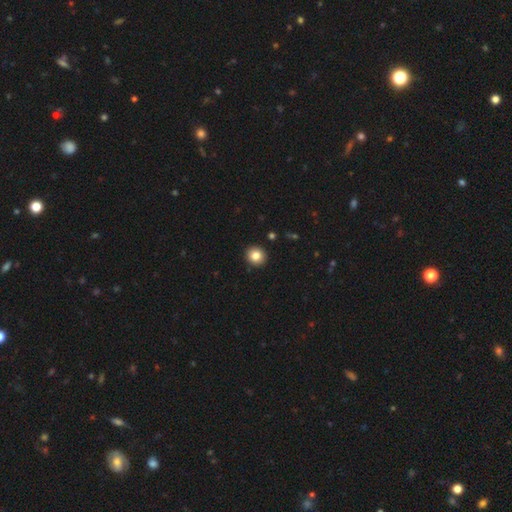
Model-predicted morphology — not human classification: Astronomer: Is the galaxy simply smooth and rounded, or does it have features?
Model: smooth — 84%.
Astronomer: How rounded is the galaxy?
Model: round — 92%.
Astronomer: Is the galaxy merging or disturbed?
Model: none — 93%.